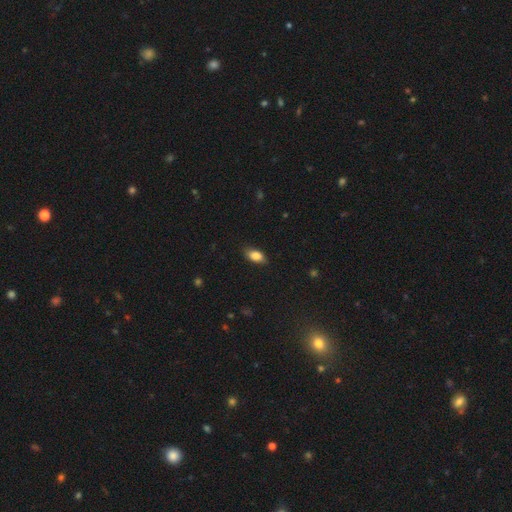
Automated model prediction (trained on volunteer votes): smooth_or_featured: smooth (p=0.85) [alt: featured or disk p=0.08]
how_rounded: in between (p=0.89) [alt: round p=0.06]
merging: none (p=0.84) [alt: minor disturbance p=0.13]